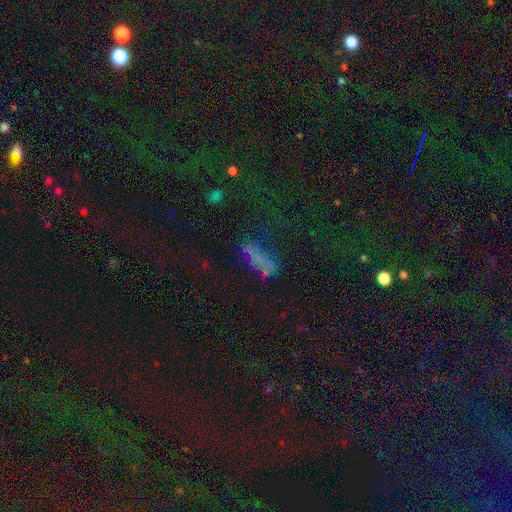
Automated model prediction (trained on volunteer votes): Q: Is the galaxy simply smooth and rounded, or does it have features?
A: smooth — 43%.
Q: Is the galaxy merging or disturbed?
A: none — 44%.